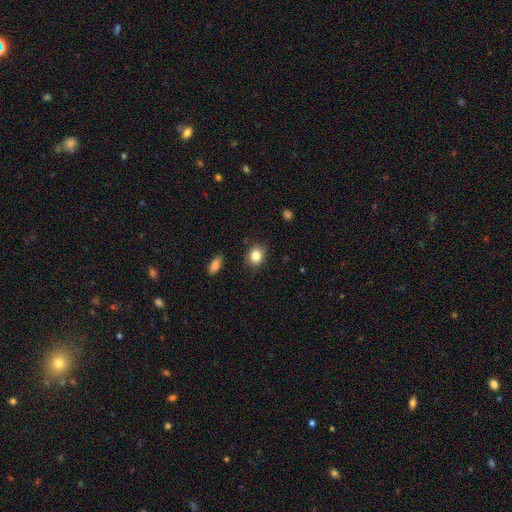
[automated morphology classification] smooth-or-featured: smooth: 83% | star or artifact: 10% | featured or disk: 7%
  how-rounded: round: 57% | in between: 42% | cigar-shaped: 1%
  merging: none: 85% | minor disturbance: 11% | major disturbance: 2% | merger: 1%